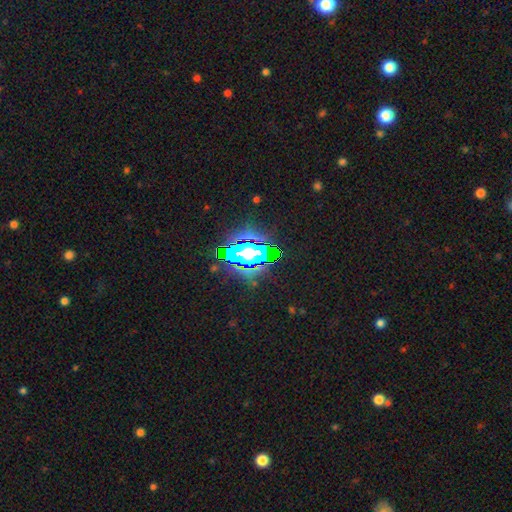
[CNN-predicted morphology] type=star or artifact (76%).